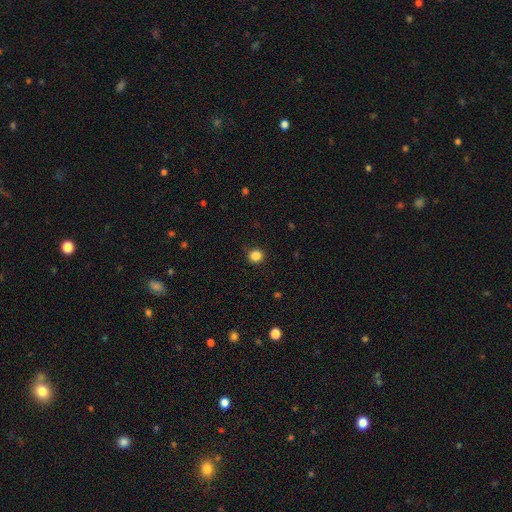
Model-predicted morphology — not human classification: This appears to be a smooth galaxy with no disk features (85%) that is round (93%). Merging: none (88%).